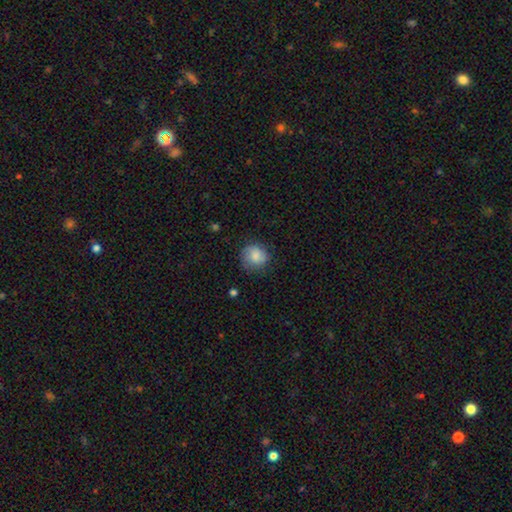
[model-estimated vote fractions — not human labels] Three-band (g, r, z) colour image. It shows a smooth galaxy with no disk features (83%) that is round (86%). Merging: none (74%).